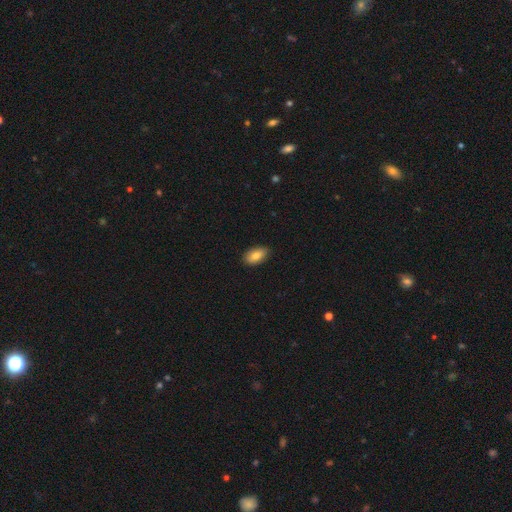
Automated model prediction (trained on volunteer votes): A smooth galaxy with no disk features (82%) that is in between round and cigar-shaped (92%). Merging: none (85%).